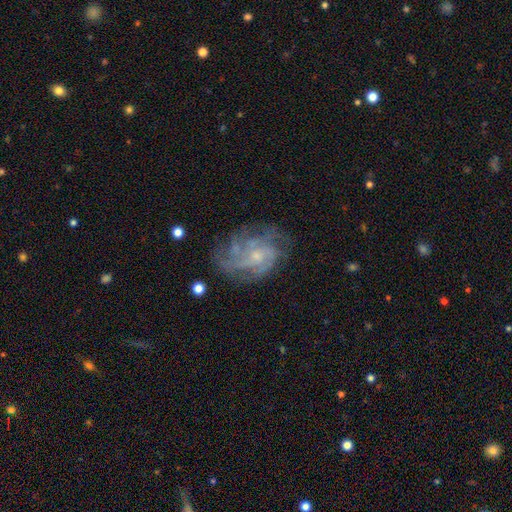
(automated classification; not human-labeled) This appears to be a featured or disk galaxy (80%) with no bar (73%), tight (44%) spiral arms (92%) and a small central bulge (69%). Merging: none (66%).